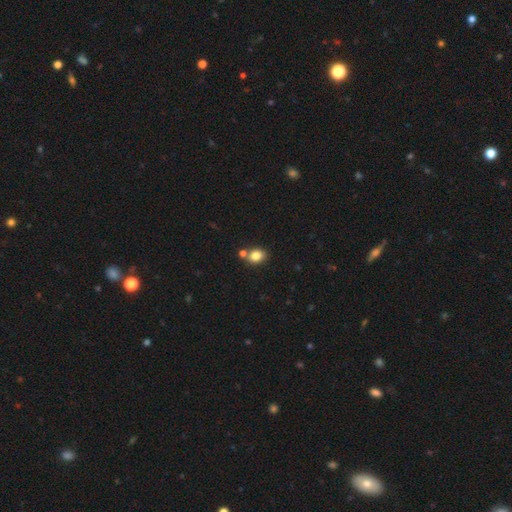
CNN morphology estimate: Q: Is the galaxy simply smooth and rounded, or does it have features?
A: smooth — 83%.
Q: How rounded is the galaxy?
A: in between — 52%.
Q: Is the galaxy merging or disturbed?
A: none — 65%.